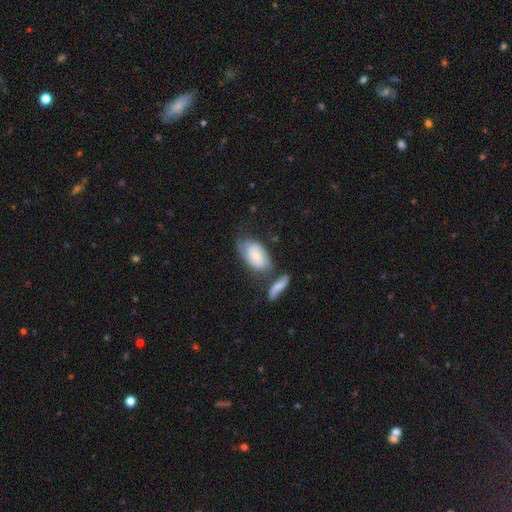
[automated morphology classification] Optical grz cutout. It shows a smooth galaxy with no disk features (49%). Merging: none (38%).